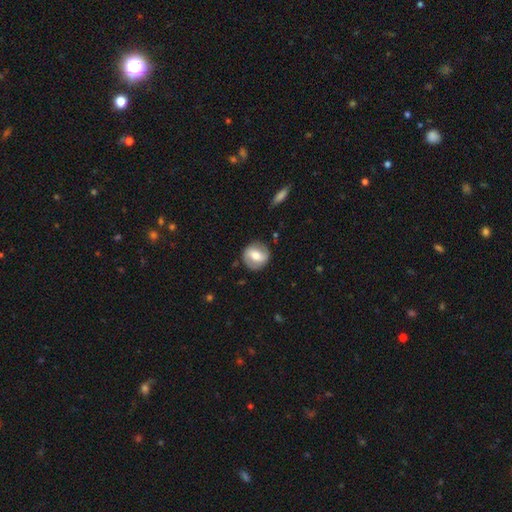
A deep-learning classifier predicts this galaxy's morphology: Smooth or featured? Predicted: featured or disk (p=0.48). Merging? Predicted: none (p=0.83).